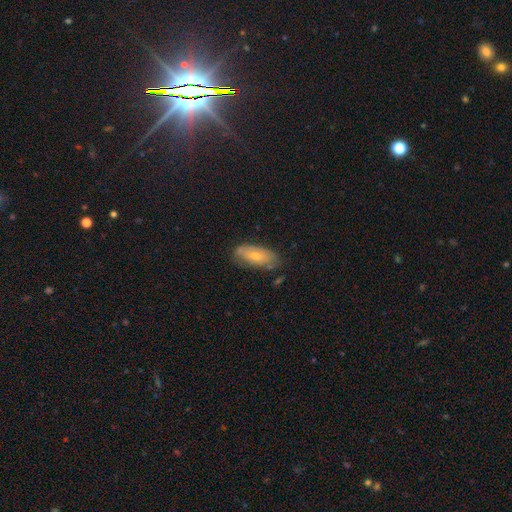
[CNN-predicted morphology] This is likely a smooth galaxy (63%). How rounded: clearly in between (85%). Merging: likely none (71%).